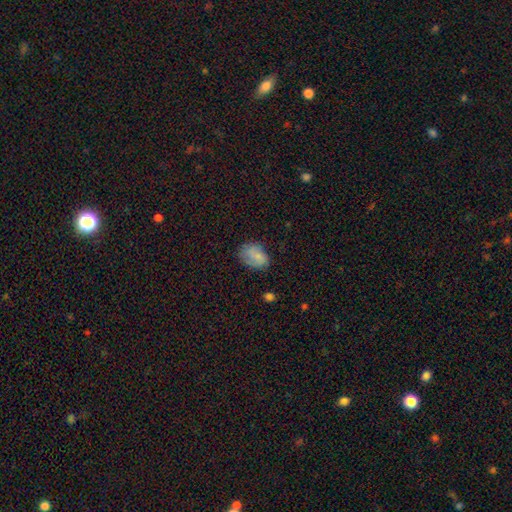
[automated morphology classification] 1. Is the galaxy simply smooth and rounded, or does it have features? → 76% smooth, 15% featured or disk, 9% star or artifact.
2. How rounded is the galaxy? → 79% in between, 20% round, 1% cigar-shaped.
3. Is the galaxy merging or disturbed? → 64% none, 26% minor disturbance, 8% major disturbance, 2% merger.